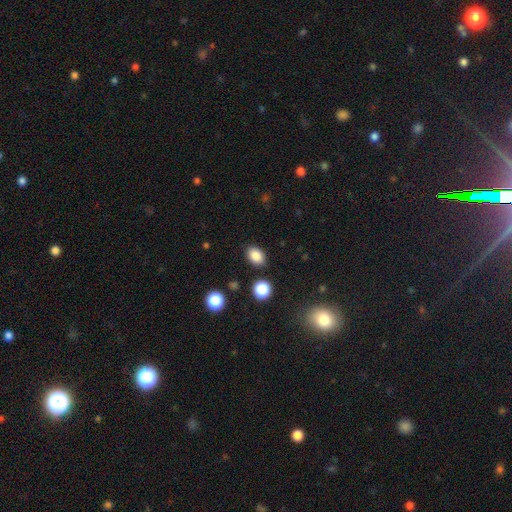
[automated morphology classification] This is clearly a smooth galaxy (86%). How rounded: likely in between (77%). Merging: clearly none (86%).